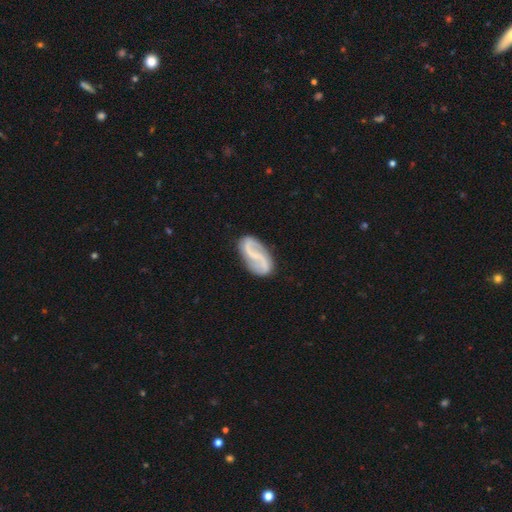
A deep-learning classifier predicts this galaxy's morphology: type=featured or disk (84%); edge-on=no (97%); bar=weak (39%); spiral arms=yes (96%); winding=loose (56%); arm count=2 (93%); bulge=none (49%); merging=none (83%).